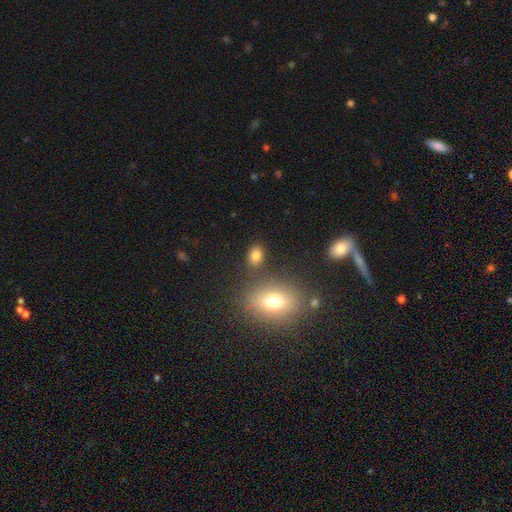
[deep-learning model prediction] Morphology: type=smooth (80%); roundness=in between (75%); merging=none (78%).